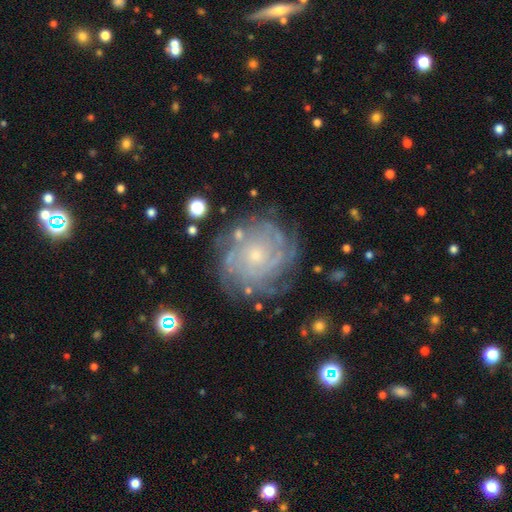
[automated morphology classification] Smooth or featured?
  - featured or disk: 84% *
  - smooth: 9%
  - star or artifact: 7%
Edge-on disk?
  - no: 97% *
  - yes: 3%
Bar?
  - no: 82% *
  - weak: 15%
  - strong: 3%
Spiral arms?
  - yes: 96% *
  - no: 4%
Spiral winding?
  - tight: 77% *
  - medium: 19%
  - loose: 4%
Spiral arm count?
  - can't tell: 33% *
  - 4: 20%
  - more than 4: 17%
  - 3: 13%
  - 2: 10%
  - 1: 7%
Bulge size?
  - small: 75% *
  - moderate: 20%
  - none: 3%
  - large: 2%
  - dominant: 1%
Merging?
  - none: 77% *
  - minor disturbance: 15%
  - major disturbance: 6%
  - merger: 2%